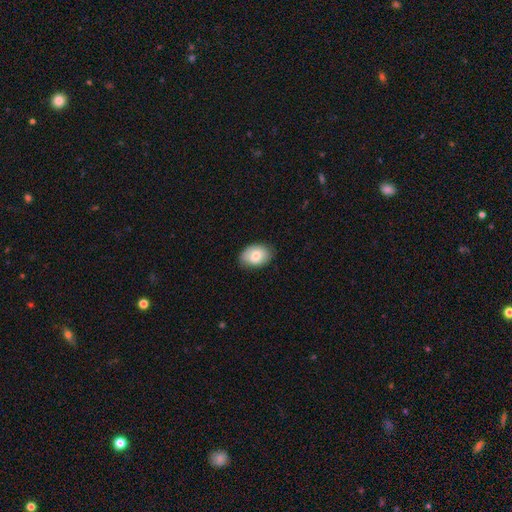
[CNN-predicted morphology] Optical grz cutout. It shows a smooth galaxy with no disk features (75%) that is in between round and cigar-shaped (80%). Merging: none (79%).